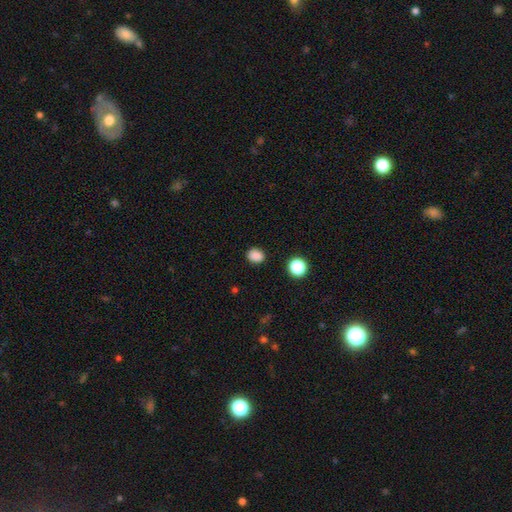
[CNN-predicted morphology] Smooth or featured?
  - smooth: 85% *
  - star or artifact: 12%
  - featured or disk: 3%
How rounded?
  - round: 56% *
  - in between: 43%
  - cigar-shaped: 1%
Merging?
  - none: 87% *
  - minor disturbance: 8%
  - major disturbance: 2%
  - merger: 2%